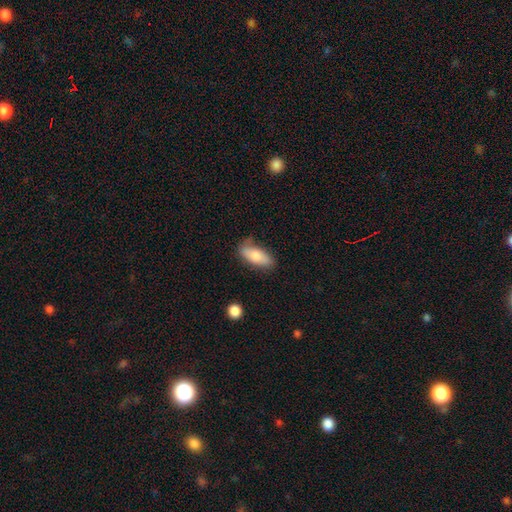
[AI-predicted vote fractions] The model was most divided on "merging": none: 67%, minor disturbance: 25%, major disturbance: 6%, merger: 3%. More confident: how rounded — in between (80%); smooth or featured — smooth (75%).